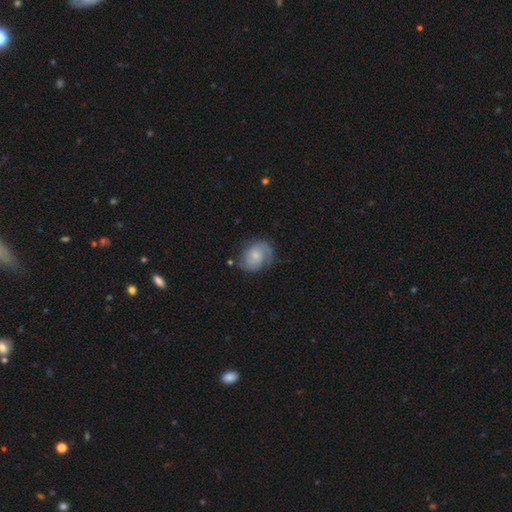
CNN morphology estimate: Overall: featured or disk (58%; smooth 34%). Edge-on disk: no (97%). Bar: no (69%). Spiral arms: yes (89%). Spiral arm count: 2 (65%). Spiral winding: medium (43%; tight 35%). Bulge size: small (49%; moderate 32%). Merging: none (62%; minor disturbance 25%).